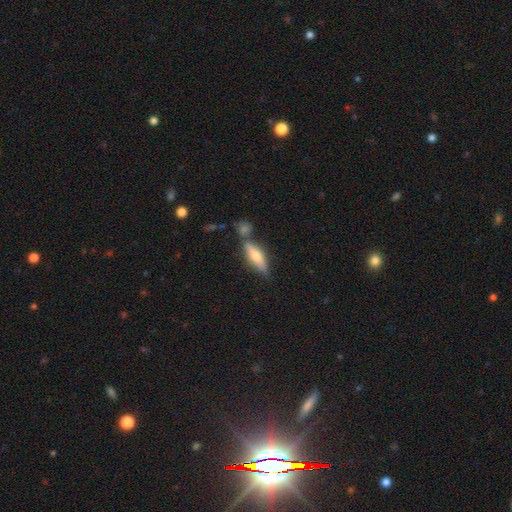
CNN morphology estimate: A smooth galaxy with no disk features (56%) that is cigar-shaped (55%).

Vote fractions:
- Smooth or featured? smooth: 56% / featured or disk: 37% / star or artifact: 7%
- How rounded? cigar-shaped: 55% / in between: 42% / round: 2%
- Merging? none: 62% / merger: 19% / minor disturbance: 14% / major disturbance: 4%